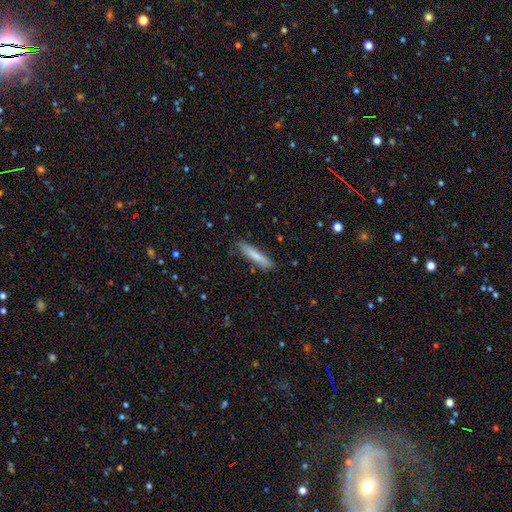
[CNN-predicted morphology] Smooth or featured?
  - smooth: 77% *
  - featured or disk: 17%
  - star or artifact: 6%
How rounded?
  - cigar-shaped: 89% *
  - in between: 10%
  - round: 1%
Merging?
  - none: 84% *
  - minor disturbance: 12%
  - major disturbance: 2%
  - merger: 2%